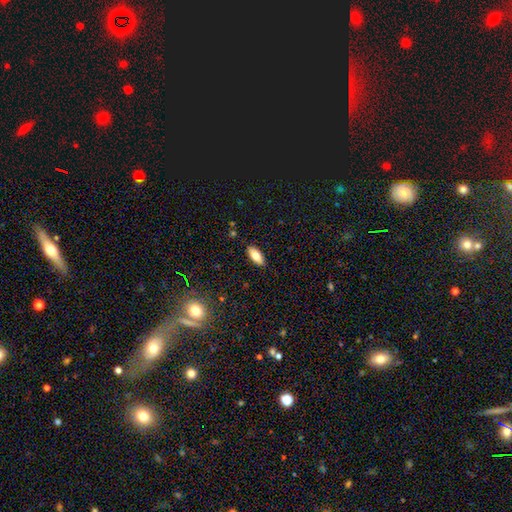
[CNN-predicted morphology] This appears to be a smooth galaxy with no disk features (78%) that is in between round and cigar-shaped (85%). Merging: none (88%).